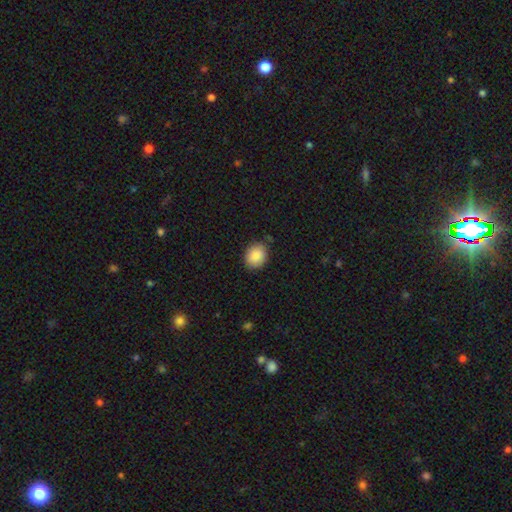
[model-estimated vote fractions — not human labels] The model was most divided on "how rounded": round: 51%, in between: 48%, cigar-shaped: 1%. More confident: smooth or featured — smooth (86%); merging — none (82%).